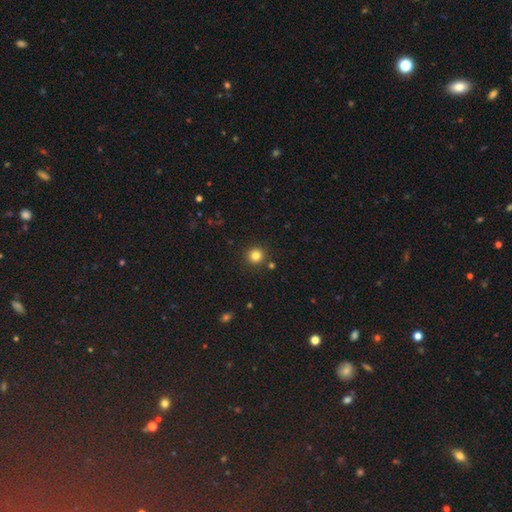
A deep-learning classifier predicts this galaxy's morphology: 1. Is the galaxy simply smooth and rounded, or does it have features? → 82% smooth, 13% star or artifact, 5% featured or disk.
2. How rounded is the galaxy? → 95% round, 4% in between, 1% cigar-shaped.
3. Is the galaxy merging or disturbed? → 90% none, 5% minor disturbance, 3% merger, 2% major disturbance.